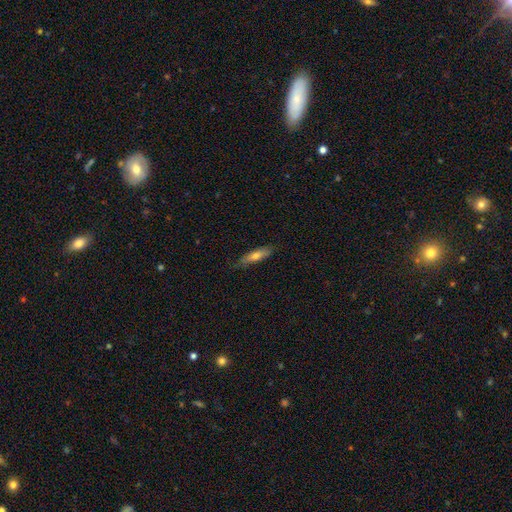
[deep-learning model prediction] Smooth or featured? Predicted: smooth (p=0.66). How rounded? Predicted: cigar-shaped (p=0.68). Merging? Predicted: none (p=0.79).